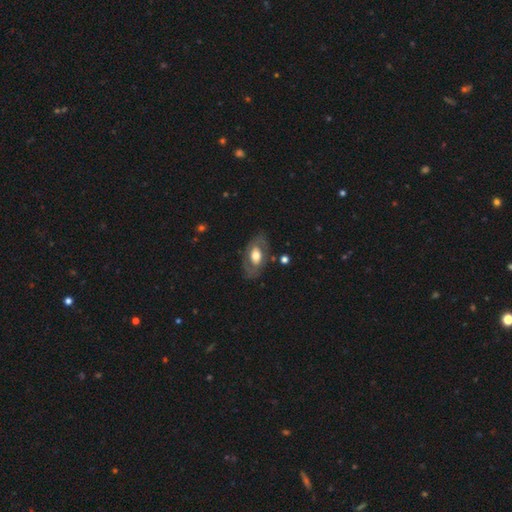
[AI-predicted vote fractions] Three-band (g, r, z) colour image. It shows a featured or disk galaxy (59%) with no bar (64%), no spiral arms (52%) and a moderate central bulge (58%). Merging: none (74%).